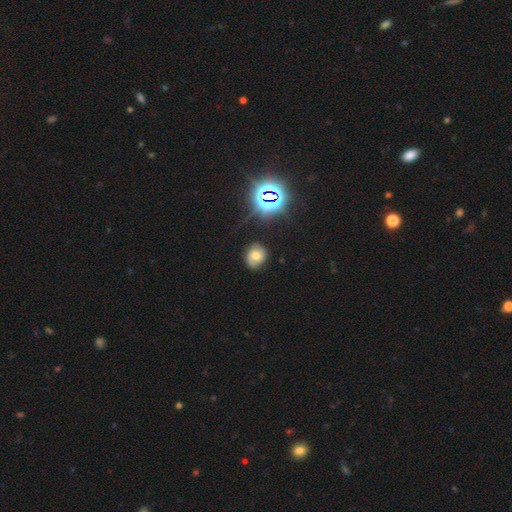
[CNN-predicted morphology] smooth-or-featured: smooth: 52% | featured or disk: 30% | star or artifact: 18%
  how-rounded: round: 64% | in between: 35% | cigar-shaped: 1%
  merging: none: 73% | minor disturbance: 20% | major disturbance: 6% | merger: 2%